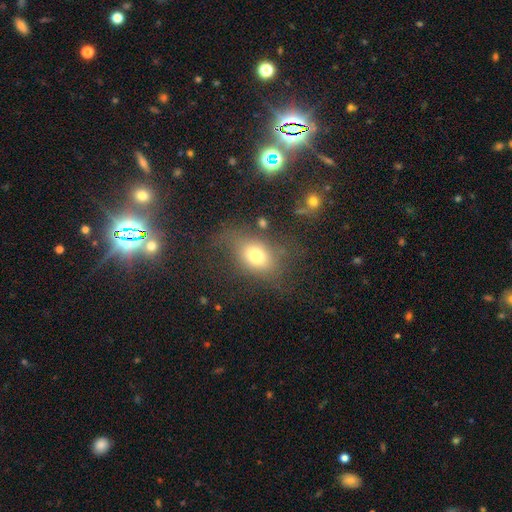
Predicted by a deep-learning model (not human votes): A smooth galaxy with no disk features (68%) that is in between round and cigar-shaped (66%). Merging: none (54%).